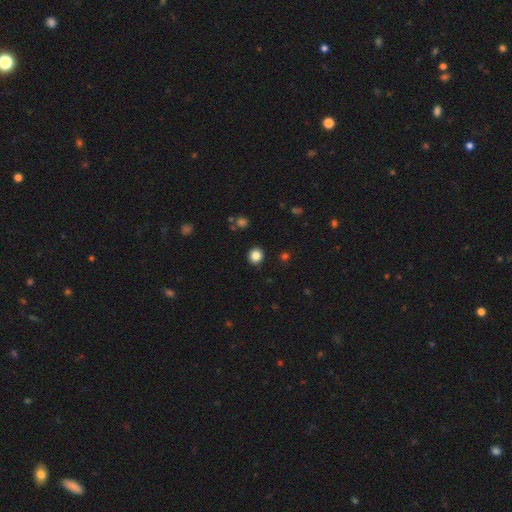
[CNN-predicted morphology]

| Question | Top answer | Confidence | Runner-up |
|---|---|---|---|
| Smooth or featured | smooth | 84% | star or artifact (11%) |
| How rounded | round | 86% | in between (13%) |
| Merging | none | 91% | minor disturbance (6%) |